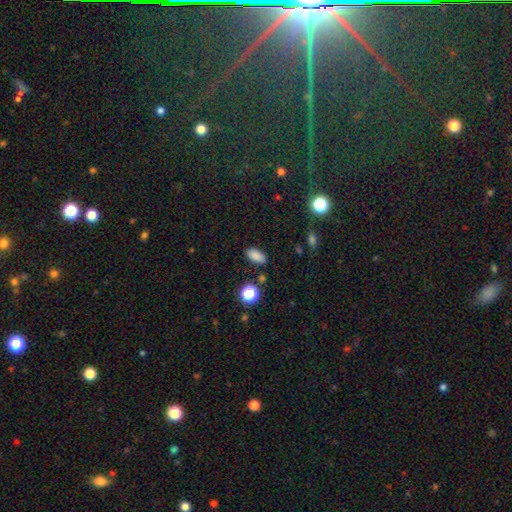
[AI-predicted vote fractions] Smooth or featured? Predicted: smooth (p=0.84). How rounded? Predicted: in between (p=0.89). Merging? Predicted: none (p=0.85).